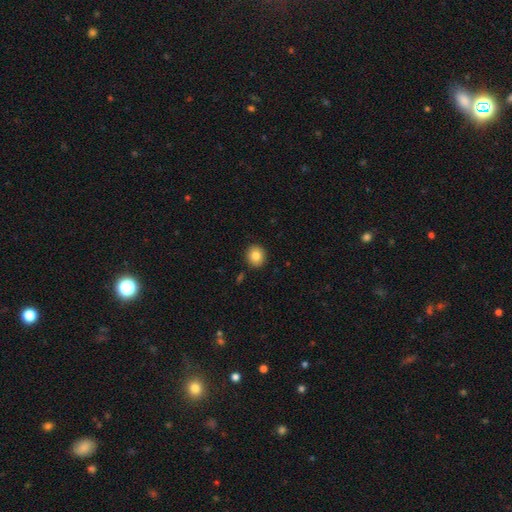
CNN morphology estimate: Smooth or featured? smooth (83%)
How rounded? round (88%)
Merging? none (91%)